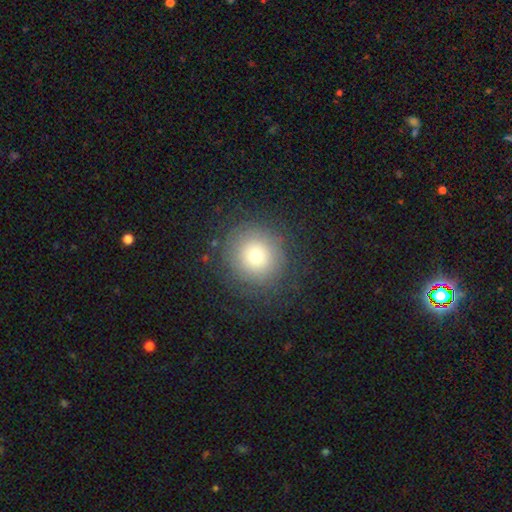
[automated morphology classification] A smooth galaxy with no disk features (70%) that is round (92%). Merging: none (87%).